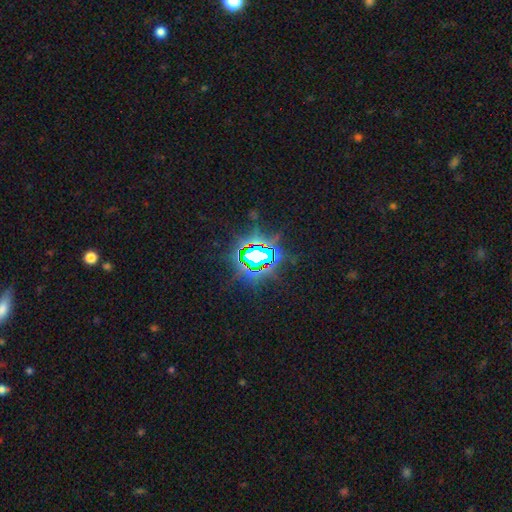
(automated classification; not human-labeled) A star or artifact, not a galaxy (84%).